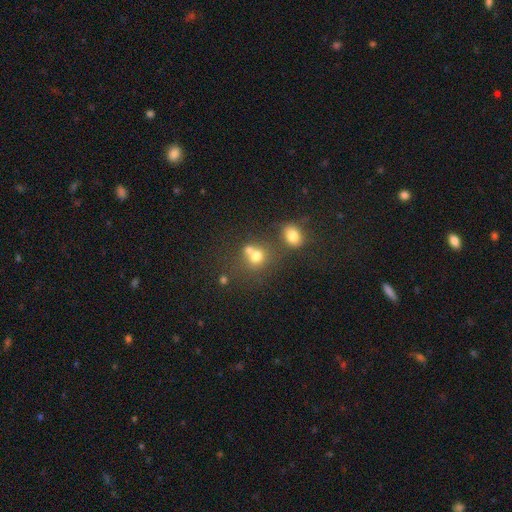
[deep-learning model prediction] smooth_or_featured: smooth (p=0.72) [alt: star or artifact p=0.16]
how_rounded: round (p=0.77) [alt: in between p=0.22]
merging: none (p=0.44) [alt: merger p=0.41]